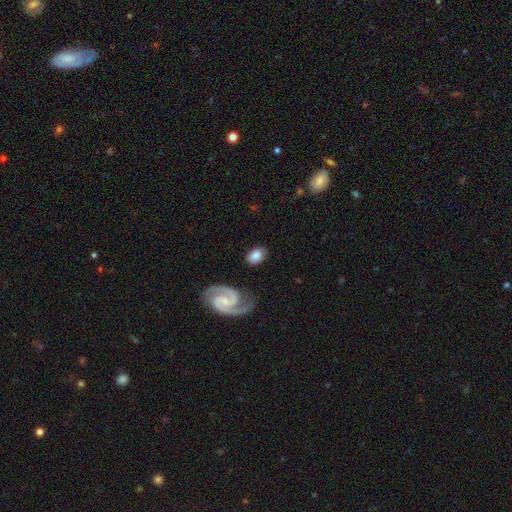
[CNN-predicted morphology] Smooth or featured: smooth — 63% (featured or disk — 30%)
How rounded: in between — 80% (round — 19%)
Merging: none — 77% (minor disturbance — 15%)